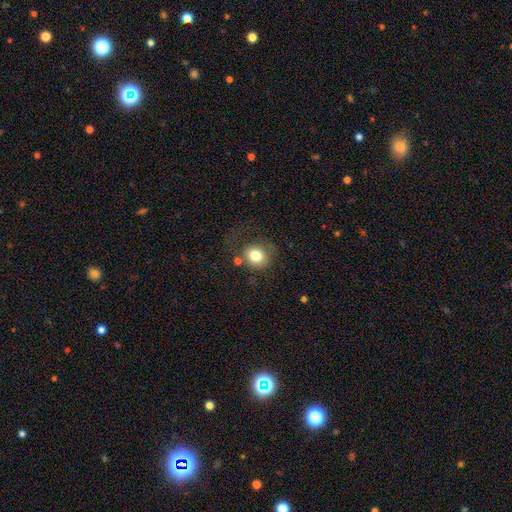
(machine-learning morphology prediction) This is likely a smooth galaxy (78%). How rounded: clearly round (81%). Merging: likely none (62%).